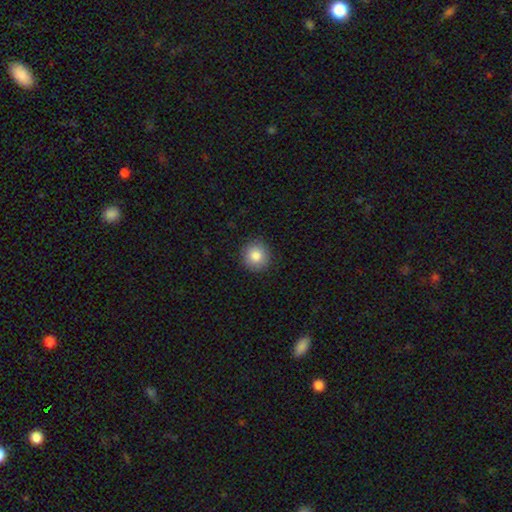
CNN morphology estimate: Smooth or featured? Predicted: smooth (p=0.85). How rounded? Predicted: round (p=0.92). Merging? Predicted: none (p=0.89).